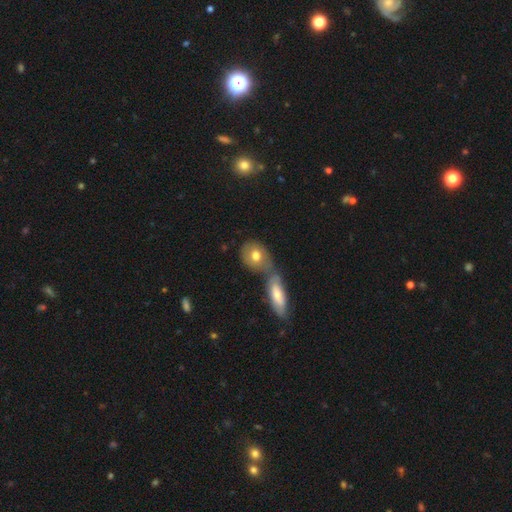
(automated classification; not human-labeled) Smooth or featured?
  - smooth: 70% *
  - featured or disk: 23%
  - star or artifact: 7%
How rounded?
  - in between: 53% *
  - round: 42%
  - cigar-shaped: 5%
Merging?
  - merger: 46% *
  - none: 40%
  - minor disturbance: 10%
  - major disturbance: 4%